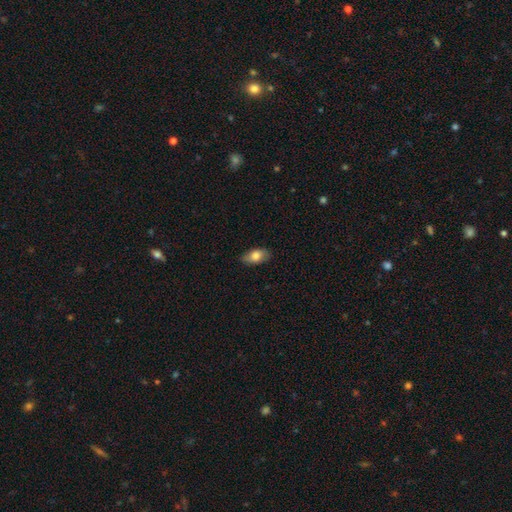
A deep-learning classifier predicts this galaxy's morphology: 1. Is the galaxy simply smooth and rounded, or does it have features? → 78% smooth, 15% featured or disk, 6% star or artifact.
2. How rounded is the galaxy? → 91% in between, 4% cigar-shaped, 4% round.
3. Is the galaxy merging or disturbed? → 84% none, 13% minor disturbance, 3% major disturbance, 1% merger.